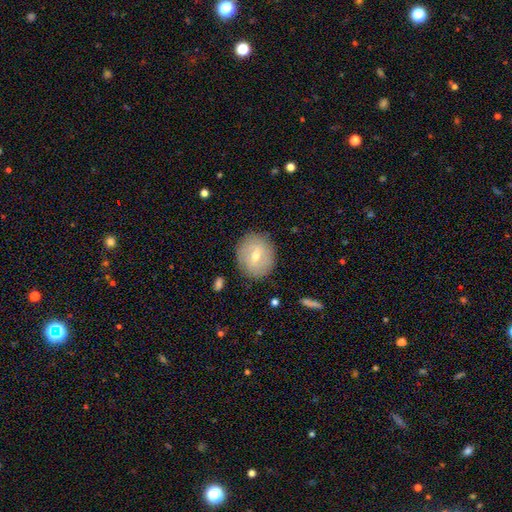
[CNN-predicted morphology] Smooth or featured?
  - smooth: 52% *
  - featured or disk: 39%
  - star or artifact: 9%
How rounded?
  - round: 78% *
  - in between: 21%
  - cigar-shaped: 1%
Merging?
  - none: 86% *
  - minor disturbance: 10%
  - major disturbance: 3%
  - merger: 1%